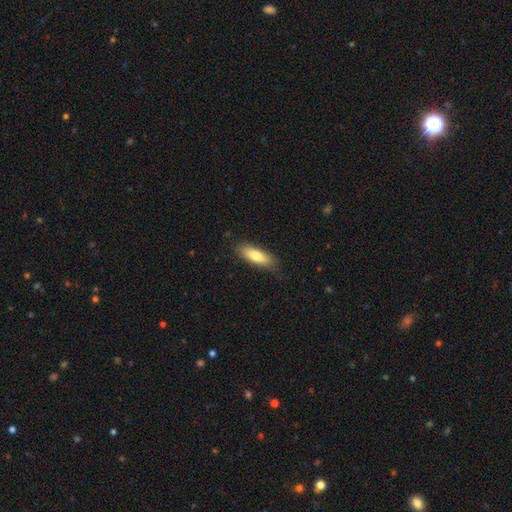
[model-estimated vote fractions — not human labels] Q: Smooth or featured?
A: smooth (79%); runner-up: featured or disk (15%)
Q: How rounded?
A: in between (60%); runner-up: cigar-shaped (38%)
Q: Merging?
A: none (83%); runner-up: minor disturbance (13%)